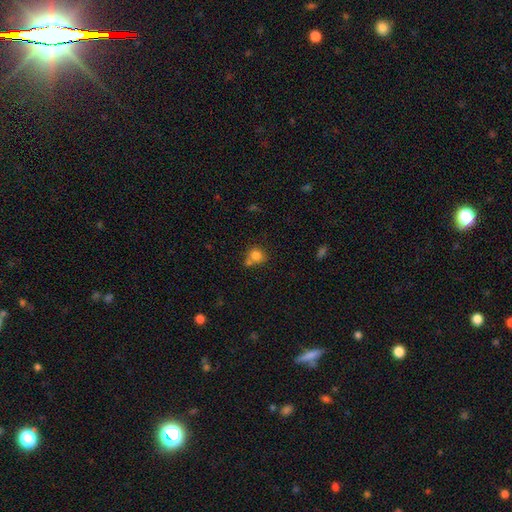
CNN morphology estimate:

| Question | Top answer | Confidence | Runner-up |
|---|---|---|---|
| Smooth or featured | smooth | 81% | star or artifact (11%) |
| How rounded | round | 77% | in between (22%) |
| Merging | none | 52% | merger (29%) |